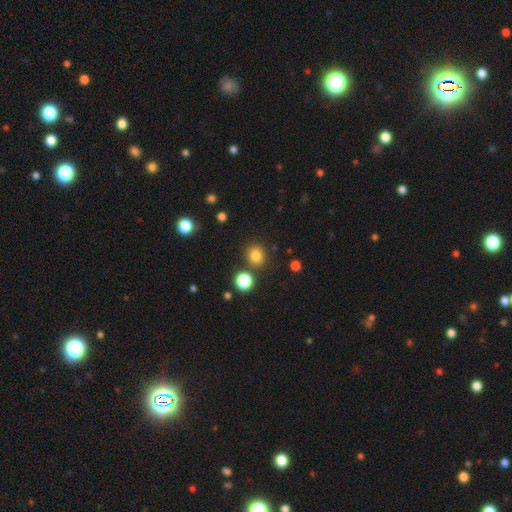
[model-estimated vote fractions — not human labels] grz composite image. It shows a smooth galaxy with no disk features (82%) that is round (83%). Merging: none (83%).